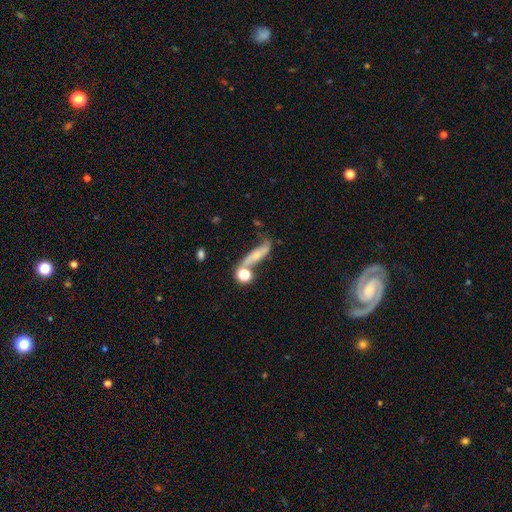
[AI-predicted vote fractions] Q: Smooth or featured?
A: featured or disk (52%); runner-up: smooth (38%)
Q: Edge-on disk?
A: no (65%); runner-up: yes (35%)
Q: Merging?
A: none (45%); runner-up: minor disturbance (21%)